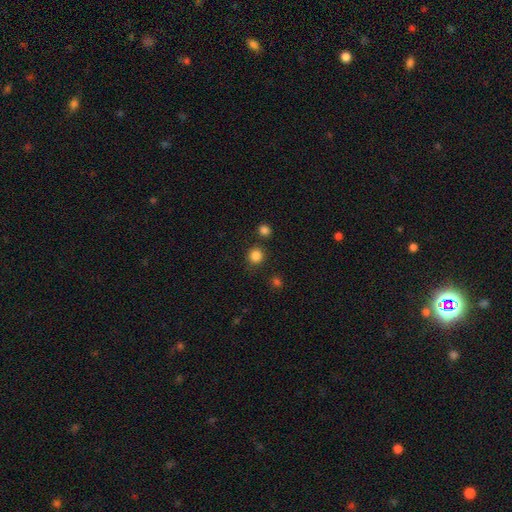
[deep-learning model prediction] Overall: smooth (84%). How rounded: round (90%). Merging: none (85%).